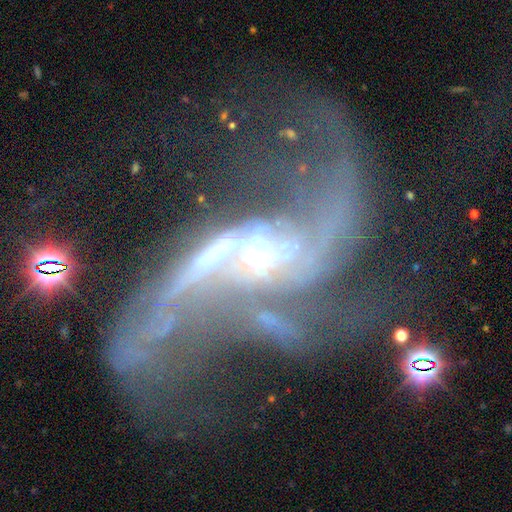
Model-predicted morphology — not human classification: smooth_or_featured: featured or disk (p=0.85) [alt: star or artifact p=0.10]
disk_edge_on: no (p=0.96) [alt: yes p=0.04]
bar: no (p=0.45) [alt: weak p=0.34]
has_spiral_arms: yes (p=0.89) [alt: no p=0.11]
spiral_winding: loose (p=0.78) [alt: medium p=0.18]
spiral_arm_count: 2 (p=0.57) [alt: 3 p=0.15]
bulge_size: small (p=0.49) [alt: moderate p=0.35]
merging: major disturbance (p=0.37) [alt: merger p=0.34]